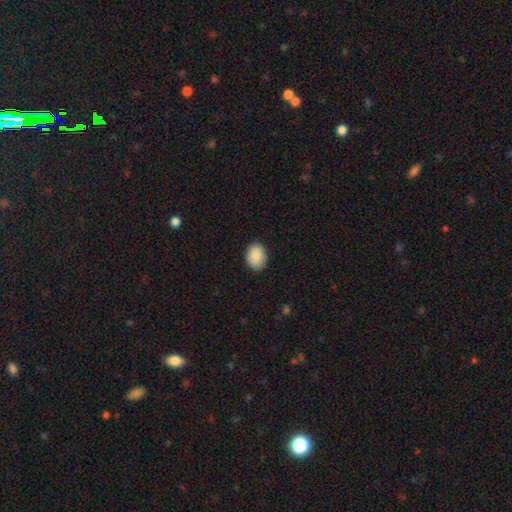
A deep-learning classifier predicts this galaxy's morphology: The model was most divided on "how rounded": in between: 63%, round: 36%, cigar-shaped: 1%. More confident: smooth or featured — smooth (90%); merging — none (85%).